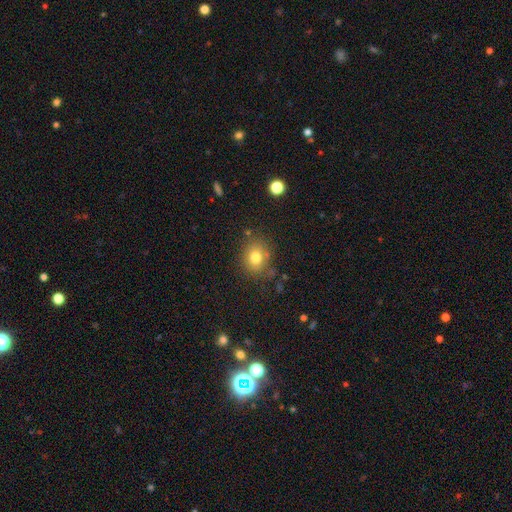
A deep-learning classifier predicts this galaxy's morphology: A smooth galaxy with no disk features (77%) that is round (51%).

Vote fractions:
- Smooth or featured? smooth: 77% / star or artifact: 13% / featured or disk: 10%
- How rounded? round: 51% / in between: 48% / cigar-shaped: 1%
- Merging? none: 77% / minor disturbance: 15% / major disturbance: 4% / merger: 4%